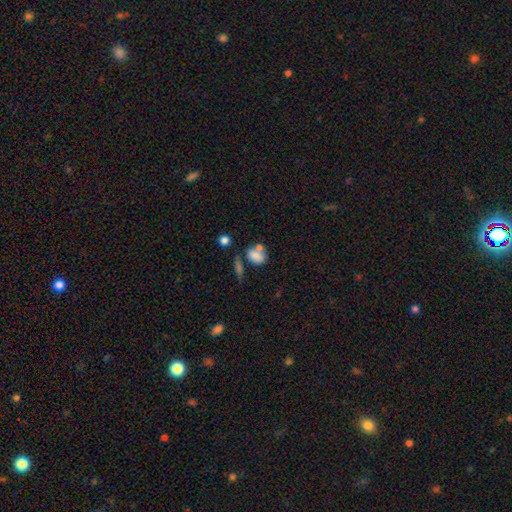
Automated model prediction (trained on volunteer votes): smooth_or_featured: smooth (p=0.78) [alt: featured or disk p=0.11]
how_rounded: in between (p=0.72) [alt: round p=0.26]
merging: none (p=0.41) [alt: merger p=0.35]